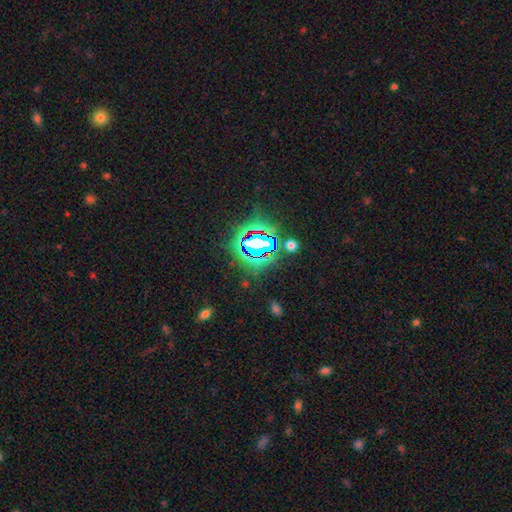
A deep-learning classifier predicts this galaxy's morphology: Smooth or featured? star or artifact (81%)